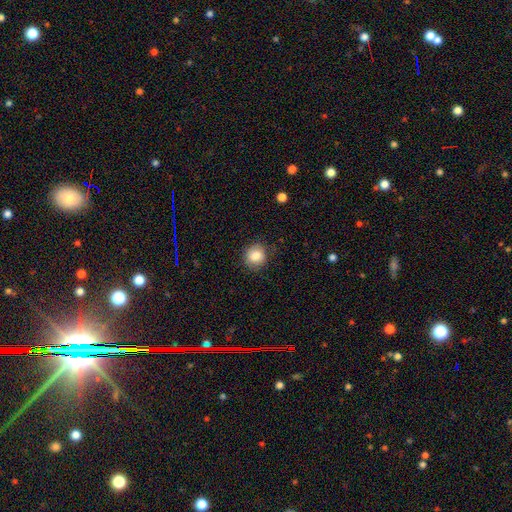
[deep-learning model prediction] Smooth or featured? smooth (84%)
How rounded? round (85%)
Merging? none (83%)